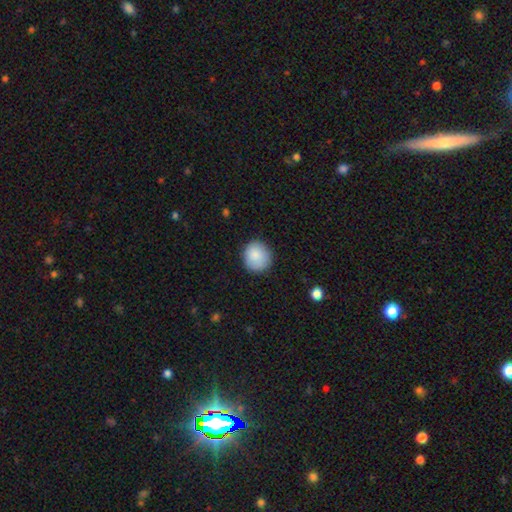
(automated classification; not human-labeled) Overall: smooth (87%). How rounded: round (88%). Merging: none (86%).